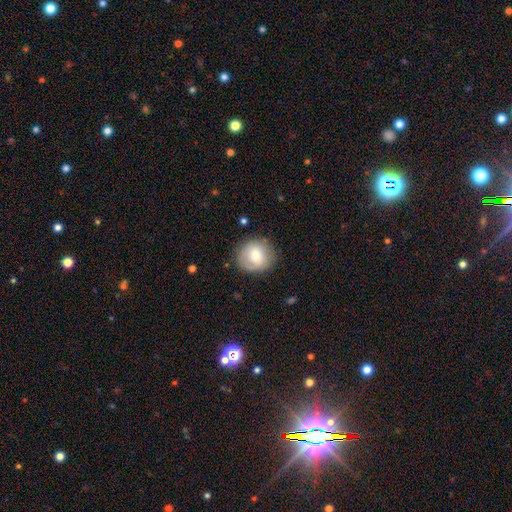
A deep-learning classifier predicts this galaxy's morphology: Smooth or featured?
  - smooth: 69% *
  - featured or disk: 23%
  - star or artifact: 8%
How rounded?
  - round: 89% *
  - in between: 10%
  - cigar-shaped: 1%
Merging?
  - none: 84% *
  - minor disturbance: 11%
  - major disturbance: 4%
  - merger: 1%